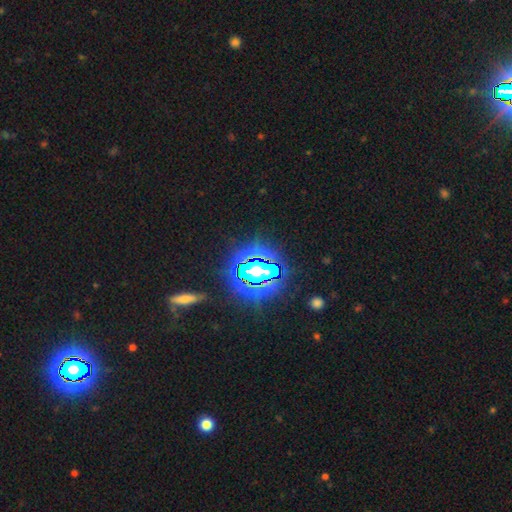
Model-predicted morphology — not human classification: Smooth or featured: star or artifact — 84% (smooth — 10%)